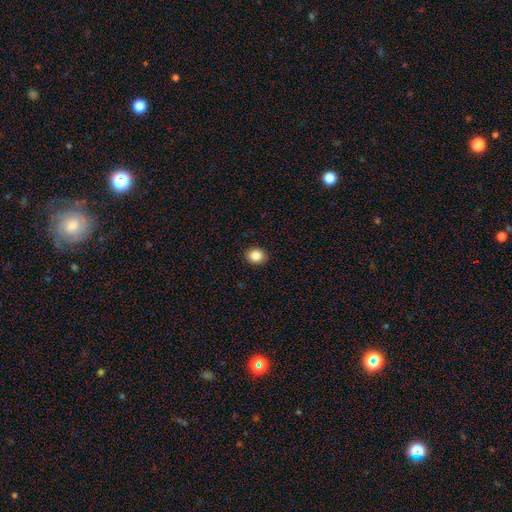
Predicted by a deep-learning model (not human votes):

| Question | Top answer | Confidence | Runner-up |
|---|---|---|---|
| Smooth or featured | smooth | 86% | star or artifact (9%) |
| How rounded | round | 61% | in between (39%) |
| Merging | none | 91% | minor disturbance (6%) |